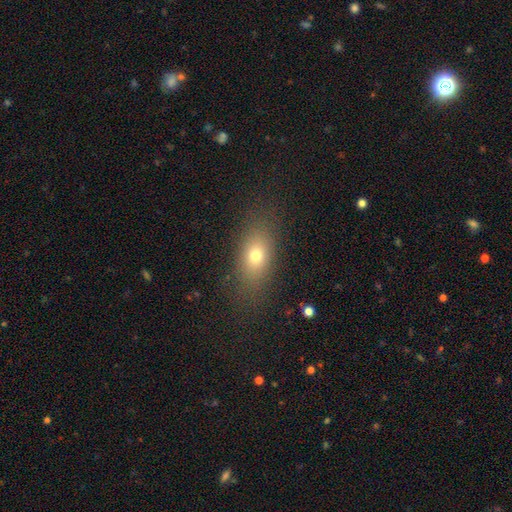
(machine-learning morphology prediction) smooth-or-featured: smooth: 72% | featured or disk: 15% | star or artifact: 13%
  how-rounded: in between: 78% | round: 14% | cigar-shaped: 8%
  merging: none: 82% | minor disturbance: 11% | major disturbance: 6% | merger: 1%